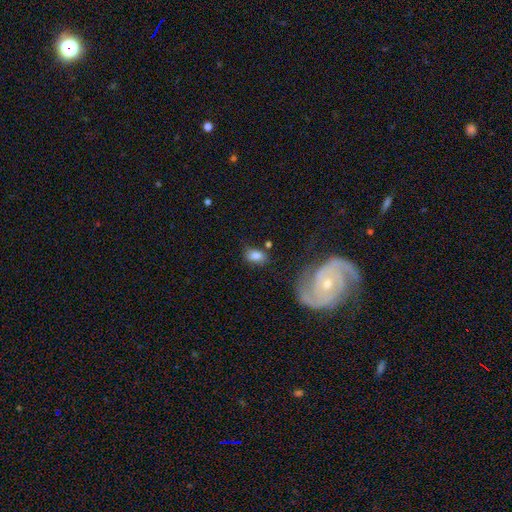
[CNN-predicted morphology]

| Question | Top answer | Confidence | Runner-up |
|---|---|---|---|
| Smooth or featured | smooth | 80% | featured or disk (11%) |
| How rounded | in between | 85% | round (13%) |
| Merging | none | 67% | minor disturbance (19%) |